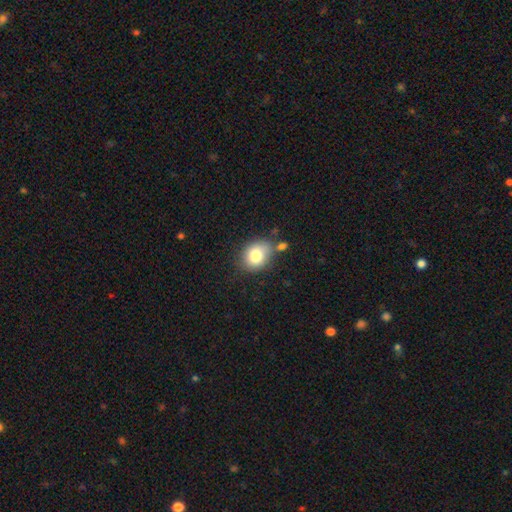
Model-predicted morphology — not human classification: Overall: smooth (81%). How rounded: round (50%; in between 49%). Merging: none (62%).